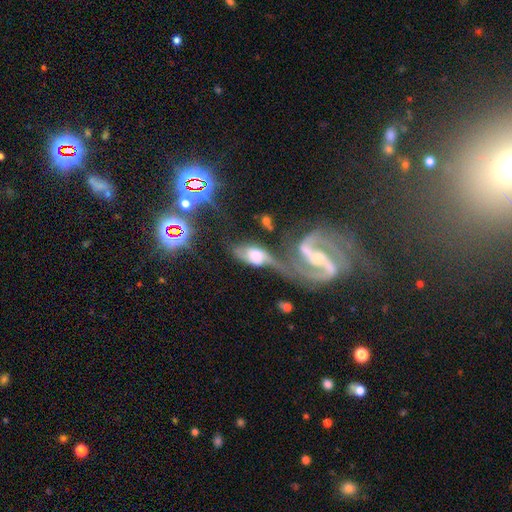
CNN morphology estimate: A featured or disk galaxy (61%) with no bar (57%), spiral arms (76%) and a large central bulge (37%). Merging: merger (50%).